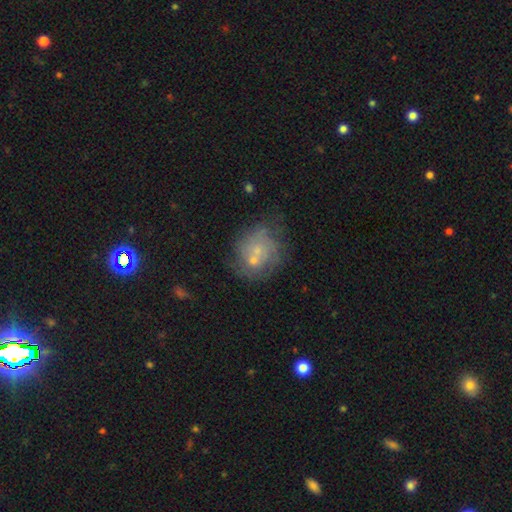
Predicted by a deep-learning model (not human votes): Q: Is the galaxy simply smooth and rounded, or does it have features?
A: featured or disk — 46%.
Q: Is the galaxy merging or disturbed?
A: none — 47%.